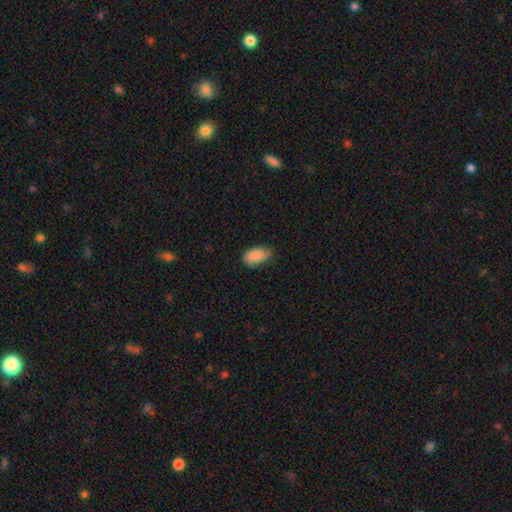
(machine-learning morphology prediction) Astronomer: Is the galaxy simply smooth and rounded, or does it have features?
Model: smooth — 88%.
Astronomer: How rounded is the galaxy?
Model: in between — 94%.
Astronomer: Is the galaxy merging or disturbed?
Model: none — 66%.